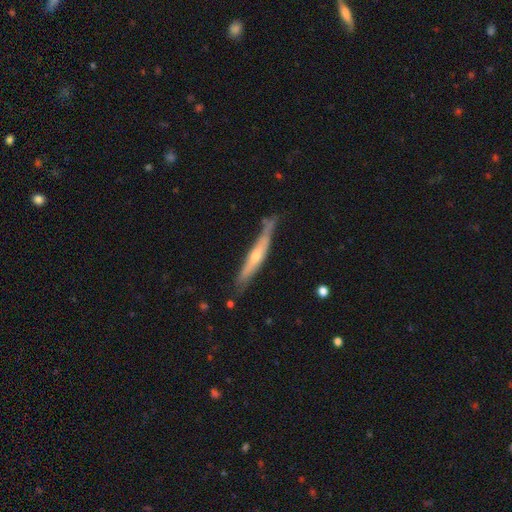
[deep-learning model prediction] Smooth or featured: featured or disk — 61% (smooth — 33%)
Edge-on disk: yes — 90% (no — 10%)
Edge-on bulge: rounded — 74% (none — 22%)
Merging: none — 71% (minor disturbance — 21%)